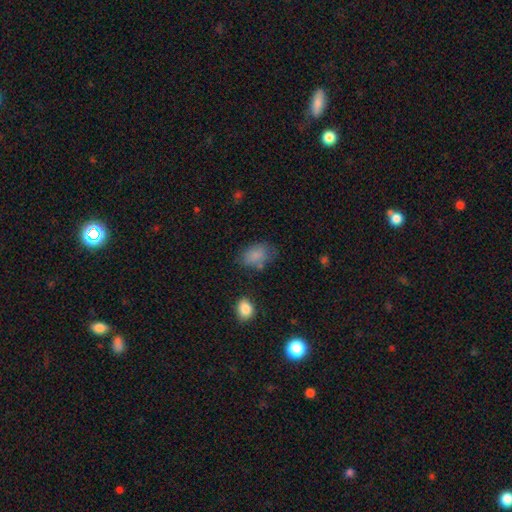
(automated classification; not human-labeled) A smooth galaxy with no disk features (82%) that is in between round and cigar-shaped (83%). Merging: none (57%).